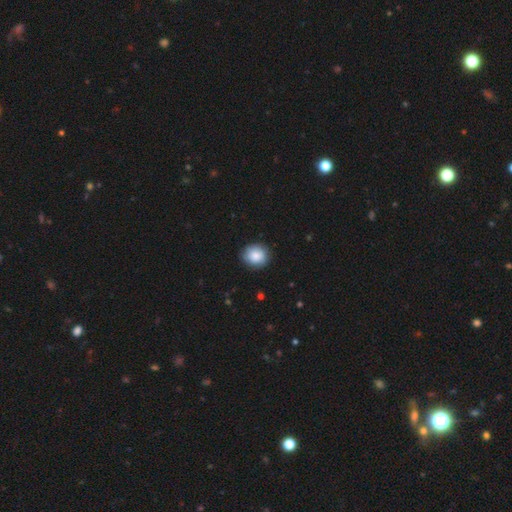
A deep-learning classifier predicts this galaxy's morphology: Q: Smooth or featured?
A: smooth (87%); runner-up: star or artifact (7%)
Q: How rounded?
A: round (85%); runner-up: in between (14%)
Q: Merging?
A: none (87%); runner-up: minor disturbance (10%)